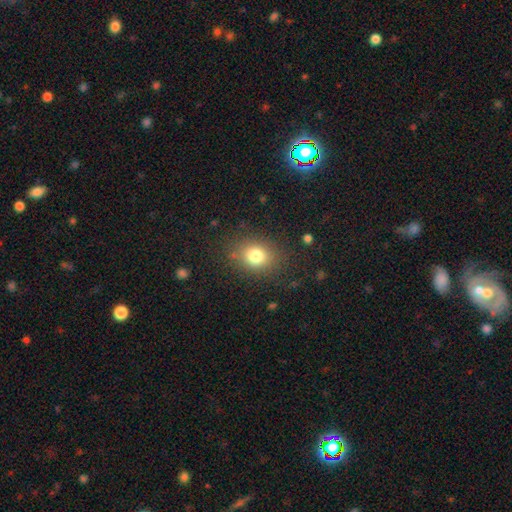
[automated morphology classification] This appears to be a smooth galaxy with no disk features (79%) that is round (54%). Merging: none (82%).